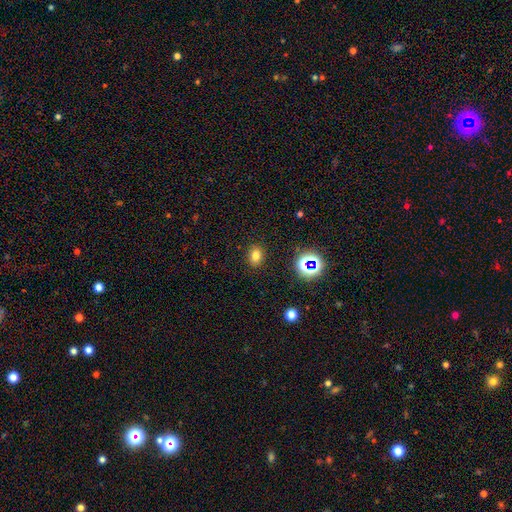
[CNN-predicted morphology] Smooth or featured?
  - smooth: 73% *
  - star or artifact: 18%
  - featured or disk: 8%
How rounded?
  - in between: 51% *
  - round: 48%
  - cigar-shaped: 1%
Merging?
  - none: 88% *
  - minor disturbance: 8%
  - major disturbance: 3%
  - merger: 1%